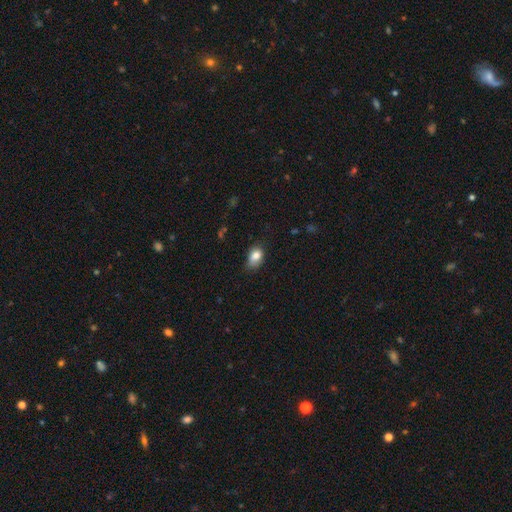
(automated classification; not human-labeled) The model was most divided on "merging": none: 57%, minor disturbance: 33%, major disturbance: 8%, merger: 2%. More confident: smooth or featured — smooth (83%); how rounded — in between (81%).